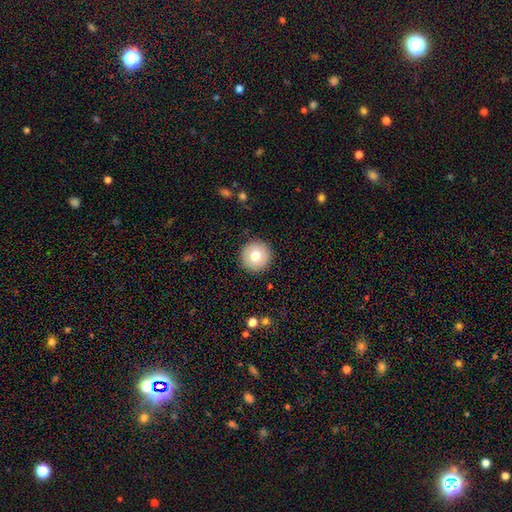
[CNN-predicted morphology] Smooth or featured: smooth — 75% (featured or disk — 16%)
How rounded: round — 96% (in between — 3%)
Merging: none — 91% (minor disturbance — 6%)